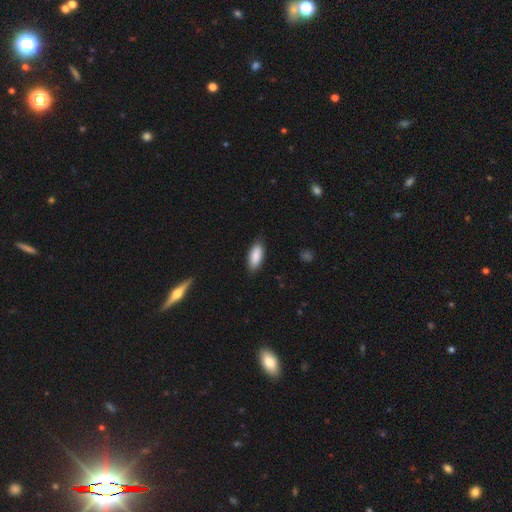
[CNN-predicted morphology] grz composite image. It shows a smooth galaxy with no disk features (87%) that is in between round and cigar-shaped (82%). Merging: none (83%).